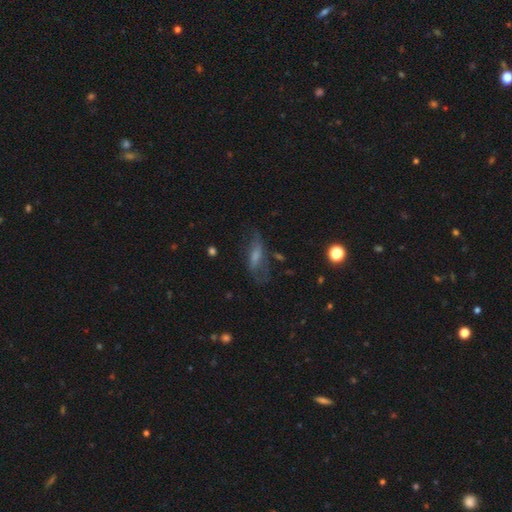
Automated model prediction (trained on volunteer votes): Q: Smooth or featured?
A: featured or disk (46%); runner-up: smooth (36%)
Q: Merging?
A: none (55%); runner-up: minor disturbance (23%)